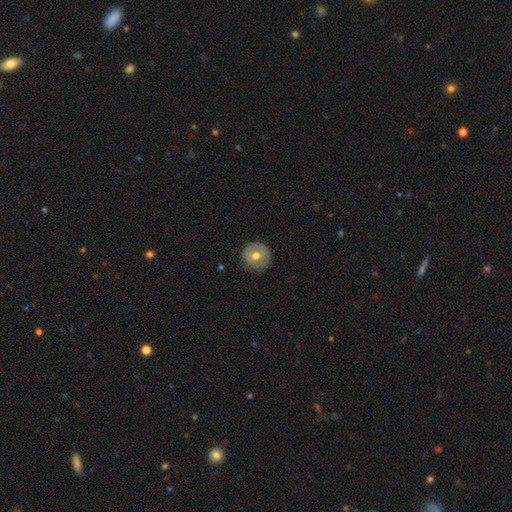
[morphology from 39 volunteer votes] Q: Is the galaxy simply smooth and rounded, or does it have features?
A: smooth — 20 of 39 (51%).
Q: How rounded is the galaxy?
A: round — 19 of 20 (95%).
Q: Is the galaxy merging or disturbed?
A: none — 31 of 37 (84%).